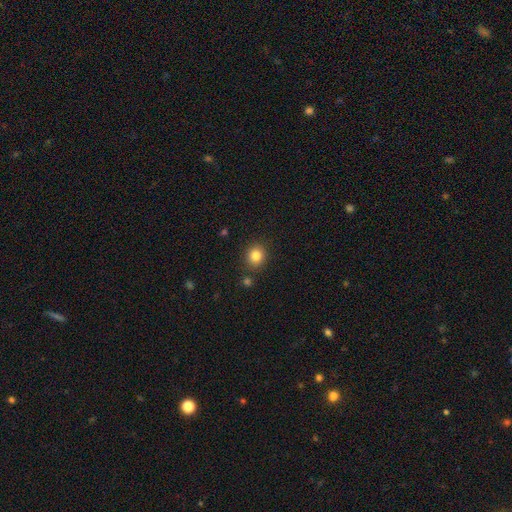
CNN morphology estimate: A smooth galaxy with no disk features (84%) that is round (83%).

Vote fractions:
- Smooth or featured? smooth: 84% / star or artifact: 11% / featured or disk: 5%
- How rounded? round: 83% / in between: 16% / cigar-shaped: 1%
- Merging? none: 85% / minor disturbance: 8% / merger: 4% / major disturbance: 3%